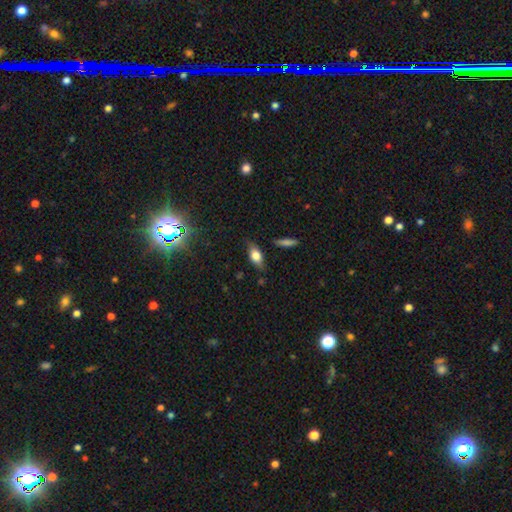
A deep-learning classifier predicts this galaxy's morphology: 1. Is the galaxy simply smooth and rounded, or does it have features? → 71% smooth, 20% featured or disk, 9% star or artifact.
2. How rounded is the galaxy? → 82% in between, 11% cigar-shaped, 7% round.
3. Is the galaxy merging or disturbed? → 72% none, 22% minor disturbance, 5% major disturbance, 2% merger.